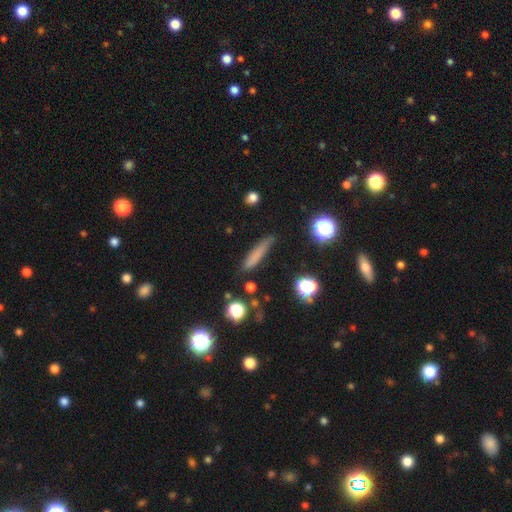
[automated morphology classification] This appears to be a smooth galaxy with no disk features (71%) that is cigar-shaped (87%). Merging: none (78%).